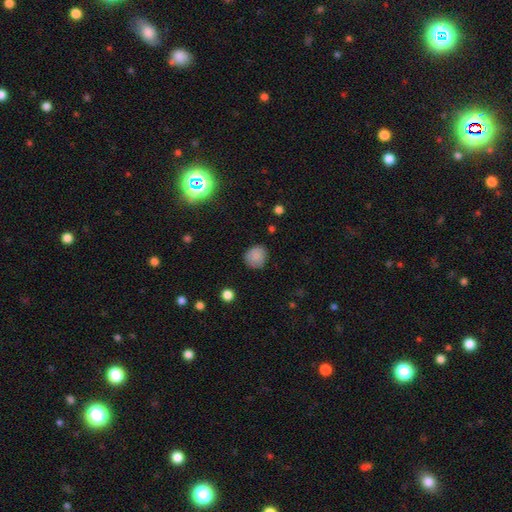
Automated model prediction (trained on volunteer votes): This is clearly a smooth galaxy (85%). How rounded: clearly round (84%). Merging: likely none (80%).